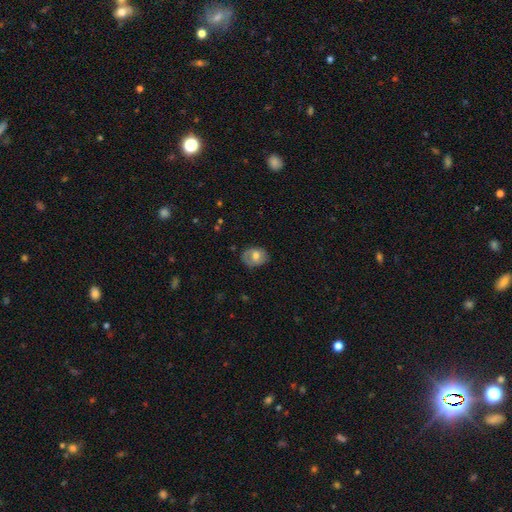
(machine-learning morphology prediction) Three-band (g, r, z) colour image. It shows a smooth galaxy with no disk features (55%) that is in between round and cigar-shaped (60%). Merging: none (73%).